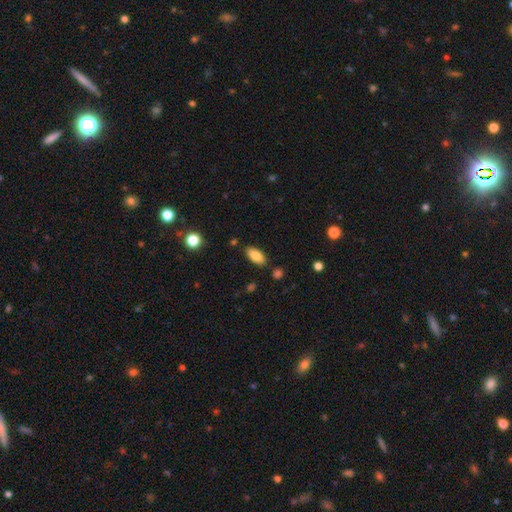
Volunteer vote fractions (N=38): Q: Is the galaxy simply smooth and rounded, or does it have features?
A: smooth — 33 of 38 (87%).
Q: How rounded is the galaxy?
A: in between — 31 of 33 (94%).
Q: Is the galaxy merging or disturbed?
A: none — 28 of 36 (78%).